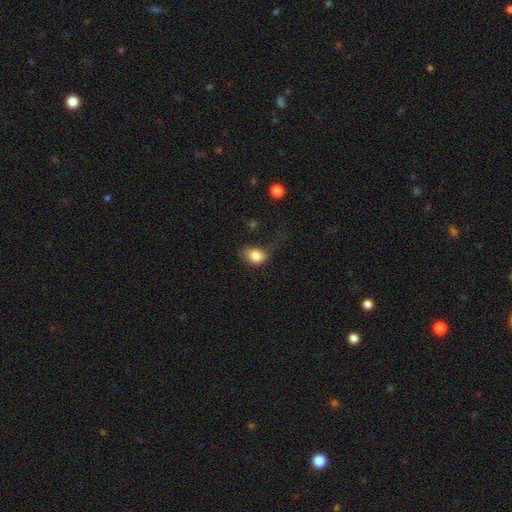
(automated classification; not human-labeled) A smooth galaxy with no disk features (82%) that is in between round and cigar-shaped (68%).

Vote fractions:
- Smooth or featured? smooth: 82% / featured or disk: 9% / star or artifact: 9%
- How rounded? in between: 68% / round: 31% / cigar-shaped: 1%
- Merging? none: 35% / minor disturbance: 31% / major disturbance: 30% / merger: 3%